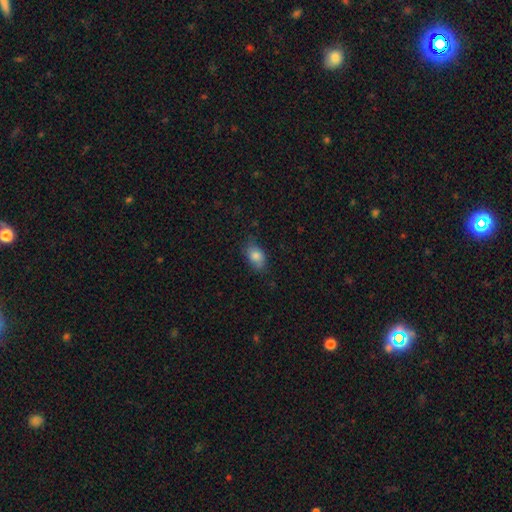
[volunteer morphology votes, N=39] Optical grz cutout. It shows a smooth galaxy with no disk features (90%) that is in between round and cigar-shaped (94%). Merging: none (84%).